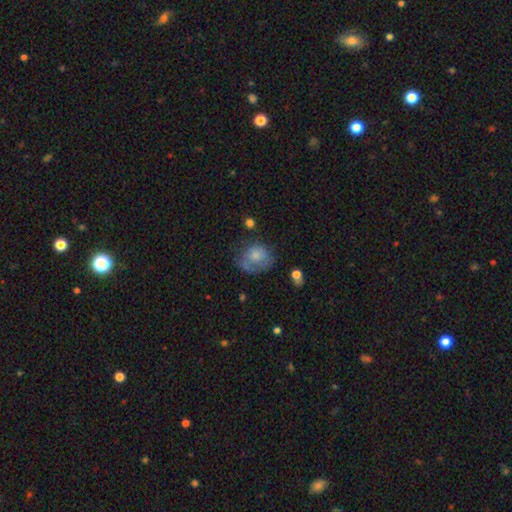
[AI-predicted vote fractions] Overall: smooth (66%). How rounded: round (57%; in between 42%). Merging: none (41%; minor disturbance 29%).